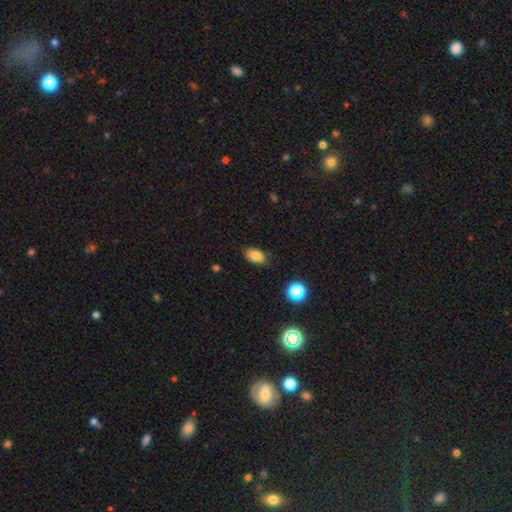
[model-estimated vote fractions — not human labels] A smooth galaxy with no disk features (84%) that is in between round and cigar-shaped (90%). Merging: none (85%).